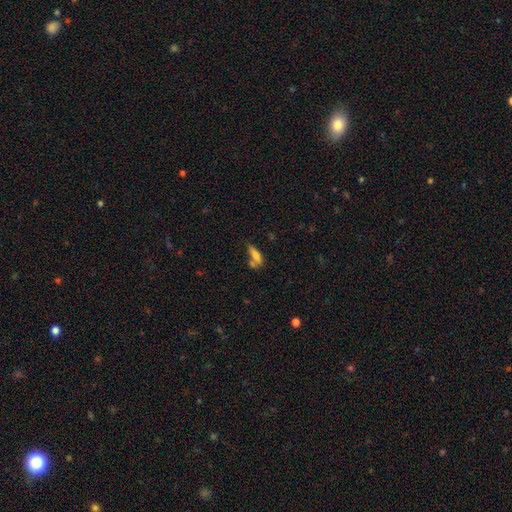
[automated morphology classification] This is likely a smooth galaxy (71%). How rounded: possibly cigar-shaped (54%). Merging: marginally none (43%).